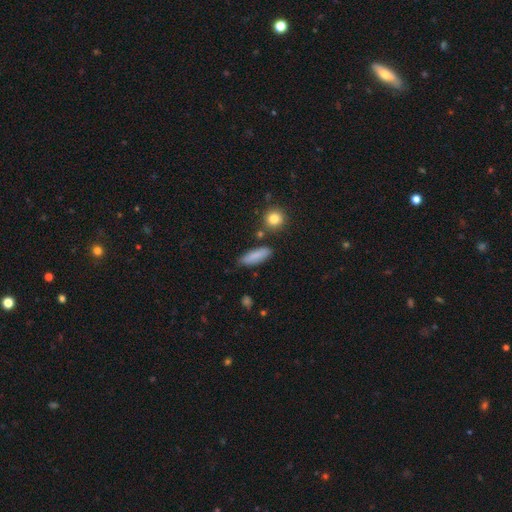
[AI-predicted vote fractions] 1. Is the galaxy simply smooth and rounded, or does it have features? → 83% smooth, 10% featured or disk, 7% star or artifact.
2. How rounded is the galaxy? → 49% cigar-shaped, 47% in between, 3% round.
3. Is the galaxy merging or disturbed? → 80% none, 13% minor disturbance, 4% merger, 3% major disturbance.